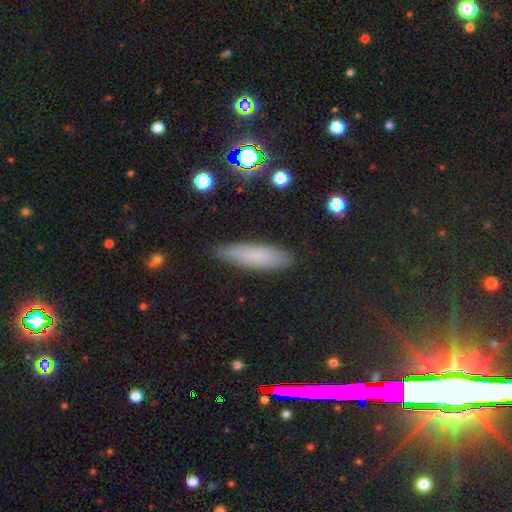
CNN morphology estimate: smooth-or-featured: smooth: 74% | star or artifact: 13% | featured or disk: 12%
  how-rounded: cigar-shaped: 64% | in between: 34% | round: 2%
  merging: none: 85% | minor disturbance: 12% | major disturbance: 2% | merger: 1%